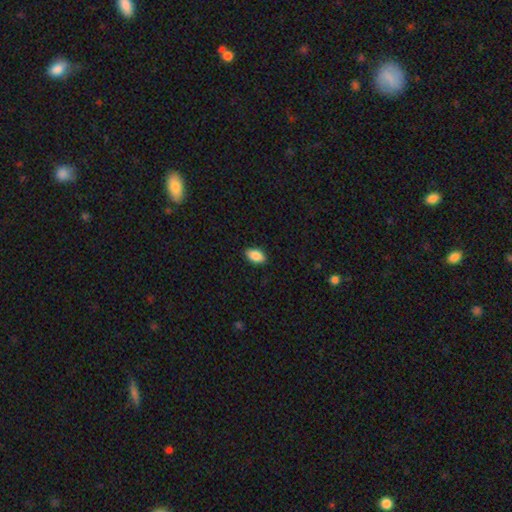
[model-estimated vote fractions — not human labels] smooth_or_featured: smooth (p=0.87) [alt: star or artifact p=0.07]
how_rounded: in between (p=0.92) [alt: round p=0.05]
merging: none (p=0.89) [alt: minor disturbance p=0.08]